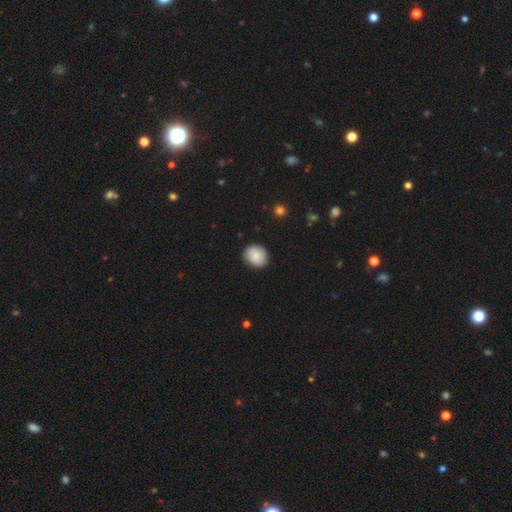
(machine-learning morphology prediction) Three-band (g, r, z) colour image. It shows a smooth galaxy with no disk features (74%) that is round (77%). Merging: none (85%).